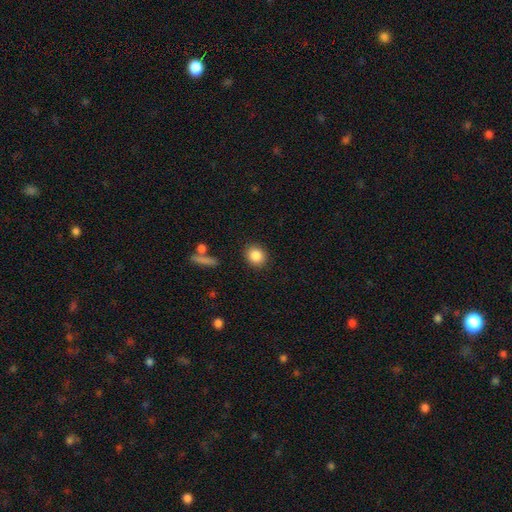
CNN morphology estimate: Smooth or featured?
  - smooth: 85% *
  - star or artifact: 9%
  - featured or disk: 6%
How rounded?
  - round: 79% *
  - in between: 20%
  - cigar-shaped: 1%
Merging?
  - none: 89% *
  - minor disturbance: 7%
  - major disturbance: 2%
  - merger: 2%